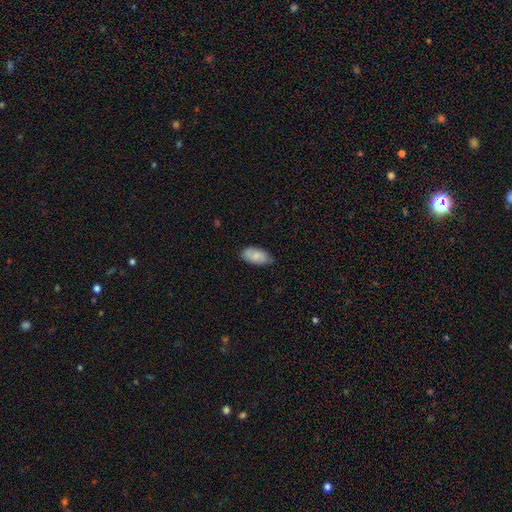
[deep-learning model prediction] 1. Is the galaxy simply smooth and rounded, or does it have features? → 71% smooth, 23% featured or disk, 6% star or artifact.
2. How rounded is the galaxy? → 94% in between, 3% round, 3% cigar-shaped.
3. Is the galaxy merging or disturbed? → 77% none, 19% minor disturbance, 3% major disturbance, 1% merger.